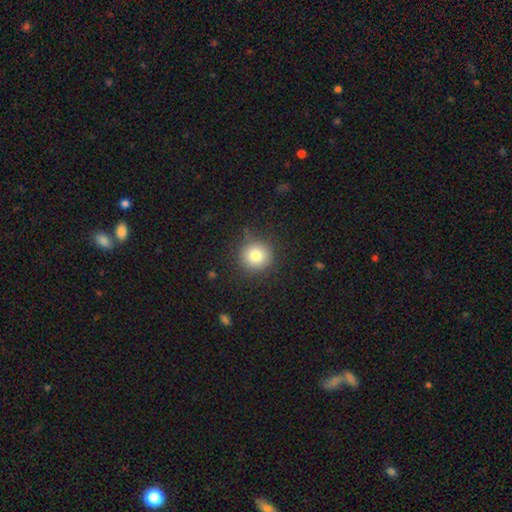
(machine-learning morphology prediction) Overall: smooth (81%). How rounded: round (93%). Merging: none (86%).